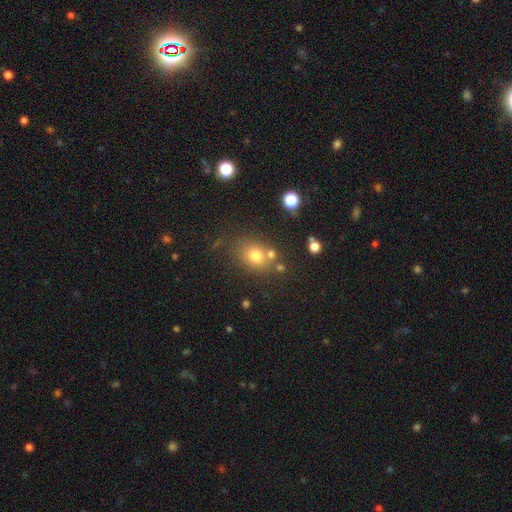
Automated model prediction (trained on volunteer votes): Smooth or featured? Predicted: smooth (p=0.73). How rounded? Predicted: round (p=0.60). Merging? Predicted: none (p=0.67).